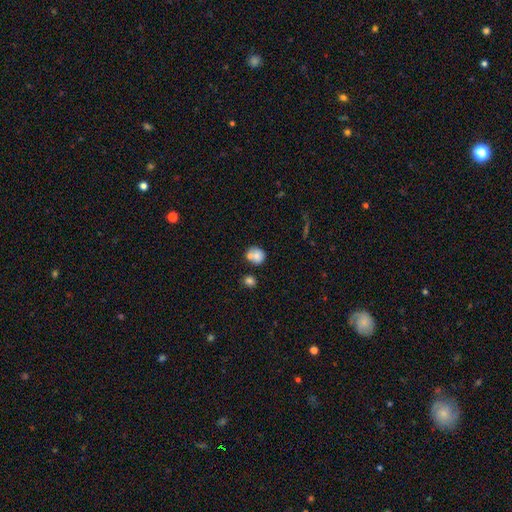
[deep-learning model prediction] smooth-or-featured: smooth: 74% | featured or disk: 17% | star or artifact: 9%
  how-rounded: round: 77% | in between: 22% | cigar-shaped: 1%
  merging: none: 48% | merger: 35% | minor disturbance: 13% | major disturbance: 4%